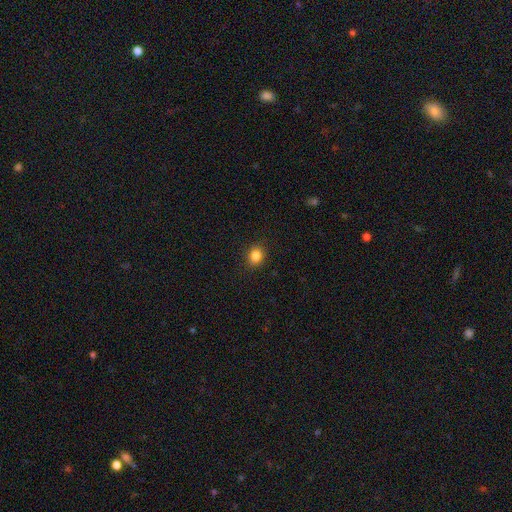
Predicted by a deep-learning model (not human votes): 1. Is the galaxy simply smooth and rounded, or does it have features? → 85% smooth, 11% star or artifact, 5% featured or disk.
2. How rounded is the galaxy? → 59% round, 40% in between, 1% cigar-shaped.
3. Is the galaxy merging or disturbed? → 89% none, 8% minor disturbance, 2% major disturbance, 1% merger.